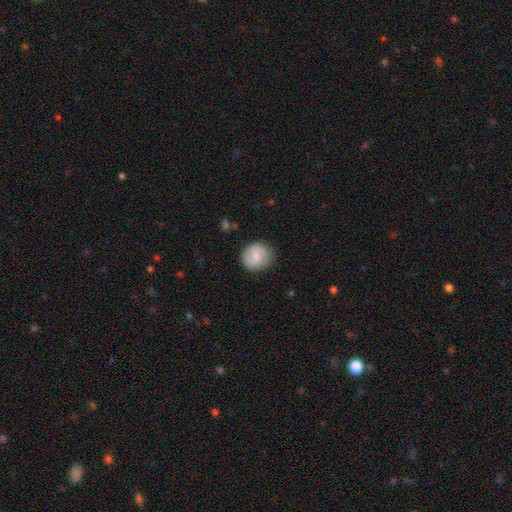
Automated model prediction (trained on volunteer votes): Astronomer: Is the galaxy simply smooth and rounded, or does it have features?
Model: smooth — 56% (runner-up: featured or disk, 38%).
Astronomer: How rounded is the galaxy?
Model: round — 80%.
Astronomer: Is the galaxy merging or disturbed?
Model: none — 79%.